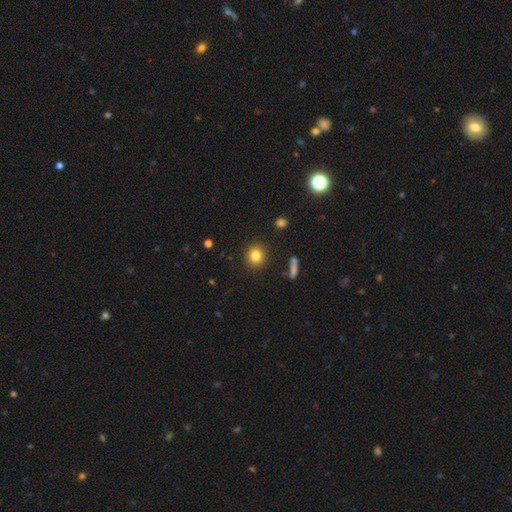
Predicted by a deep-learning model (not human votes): Morphology: type=smooth (82%); roundness=round (84%); merging=none (90%).